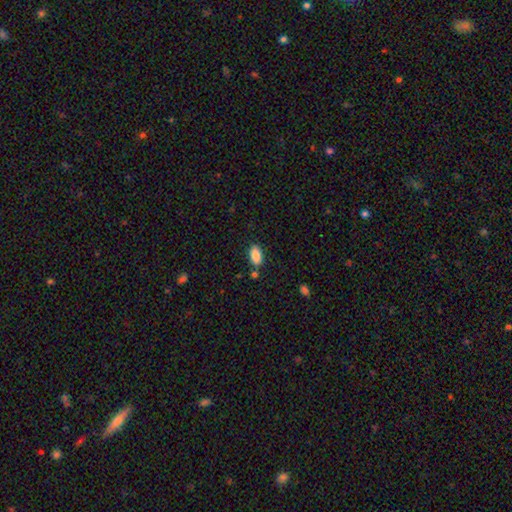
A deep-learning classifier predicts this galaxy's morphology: This appears to be a smooth galaxy with no disk features (88%) that is in between round and cigar-shaped (92%). Merging: none (78%).